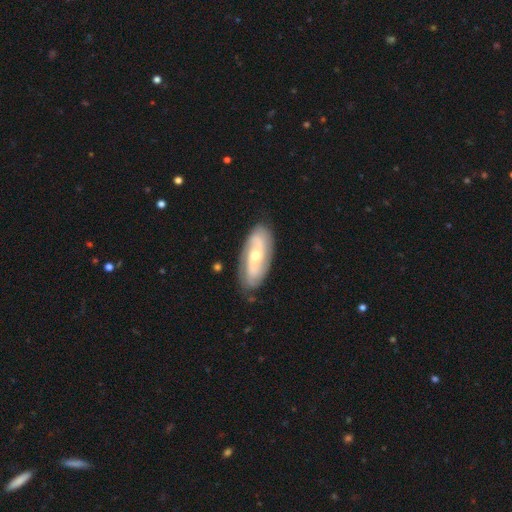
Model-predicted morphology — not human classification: Smooth or featured?
  - featured or disk: 77% *
  - smooth: 18%
  - star or artifact: 5%
Edge-on disk?
  - no: 92% *
  - yes: 8%
Bar?
  - no: 58% *
  - weak: 30%
  - strong: 11%
Spiral arms?
  - yes: 91% *
  - no: 9%
Spiral winding?
  - medium: 40% *
  - tight: 36%
  - loose: 24%
Spiral arm count?
  - 2: 72% *
  - can't tell: 16%
  - 3: 6%
  - 1: 2%
  - 4: 2%
  - more than 4: 2%
Bulge size?
  - moderate: 58% *
  - small: 38%
  - large: 3%
  - none: 1%
  - dominant: 1%
Merging?
  - none: 81% *
  - minor disturbance: 14%
  - major disturbance: 3%
  - merger: 1%